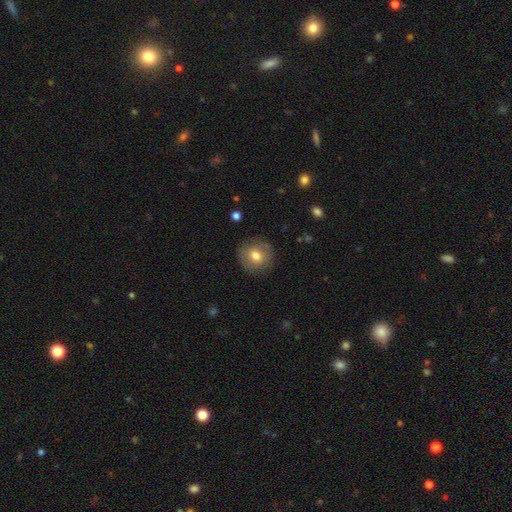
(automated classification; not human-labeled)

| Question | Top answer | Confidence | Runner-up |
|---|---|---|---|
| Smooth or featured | smooth | 72% | featured or disk (20%) |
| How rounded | round | 87% | in between (12%) |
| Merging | none | 85% | minor disturbance (11%) |